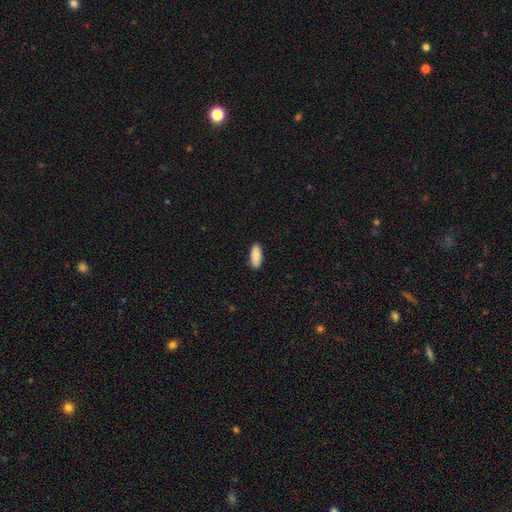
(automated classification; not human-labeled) This is clearly a smooth galaxy (91%). How rounded: clearly in between (81%). Merging: clearly none (90%).